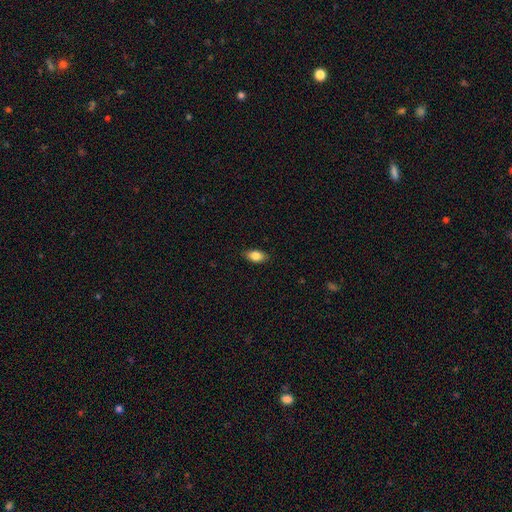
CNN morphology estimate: This is clearly a smooth galaxy (82%). How rounded: clearly in between (89%). Merging: clearly none (87%).